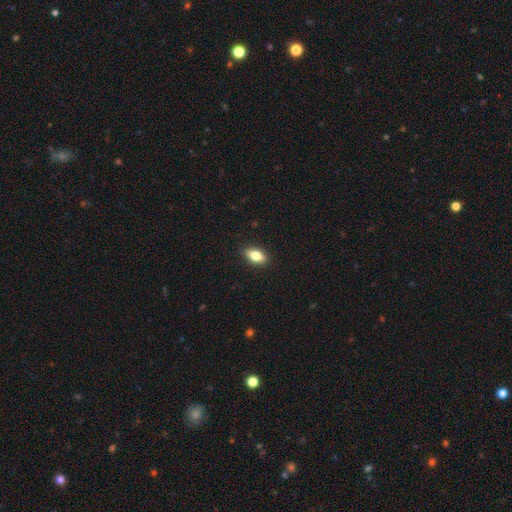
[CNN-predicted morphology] The model was most divided on "smooth or featured": smooth: 79%, featured or disk: 13%, star or artifact: 8%. More confident: merging — none (89%); how rounded — in between (86%).